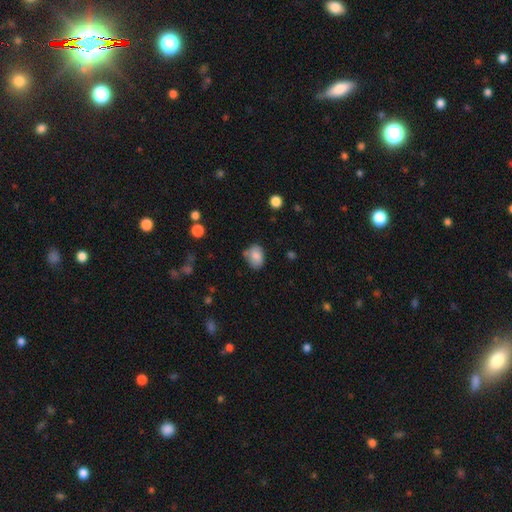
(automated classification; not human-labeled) Smooth or featured?
  - smooth: 82% *
  - featured or disk: 9%
  - star or artifact: 8%
How rounded?
  - in between: 66% *
  - round: 33%
  - cigar-shaped: 1%
Merging?
  - none: 61% *
  - minor disturbance: 28%
  - major disturbance: 6%
  - merger: 5%